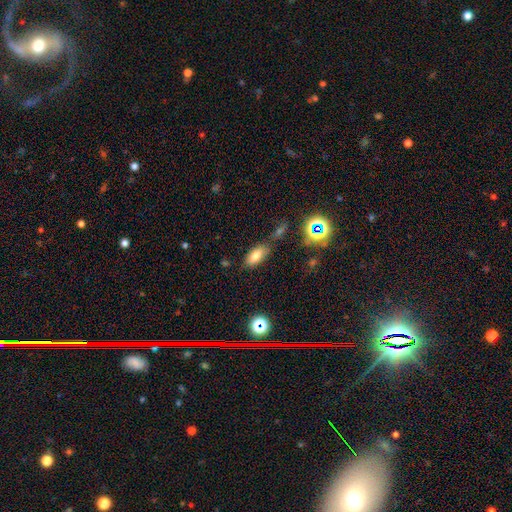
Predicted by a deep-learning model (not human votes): Smooth or featured: smooth — 76% (star or artifact — 13%)
How rounded: in between — 88% (cigar-shaped — 8%)
Merging: none — 71% (minor disturbance — 15%)